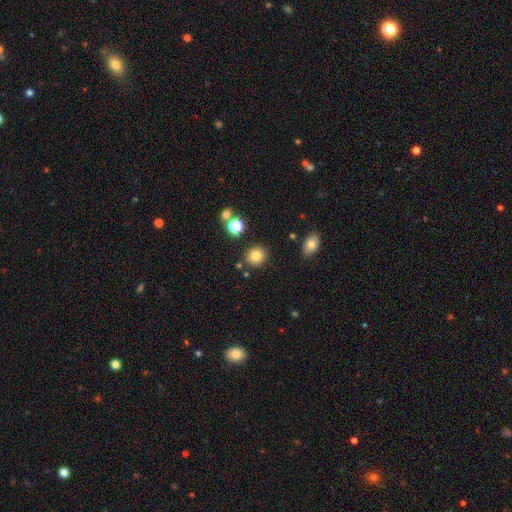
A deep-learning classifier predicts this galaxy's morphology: This is clearly a smooth galaxy (81%). How rounded: clearly round (84%). Merging: clearly none (86%).